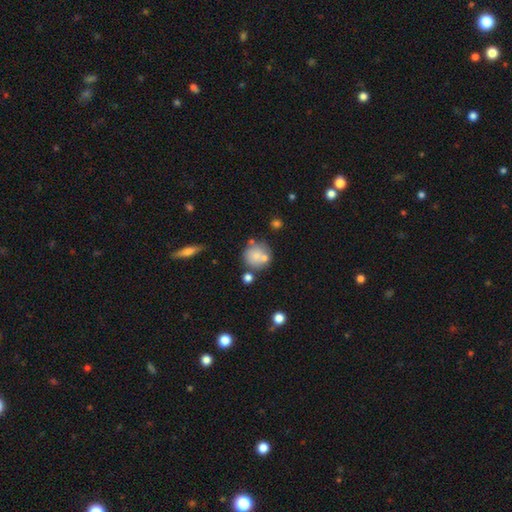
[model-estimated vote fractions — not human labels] Morphology: type=smooth (73%); roundness=round (89%); merging=none (59%).